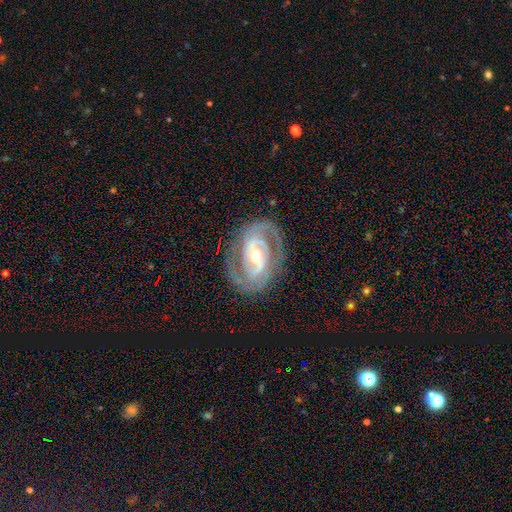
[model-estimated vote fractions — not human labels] This is clearly a featured or disk galaxy (89%). It is clearly not viewed edge-on (96%). Bar: marginally weak (38%). Spiral arm pattern: clearly yes (94%). Spiral arm count: likely 2 (77%). Spiral winding: possibly tight (49%). Central bulge: possibly moderate (59%). Merging: likely none (79%).